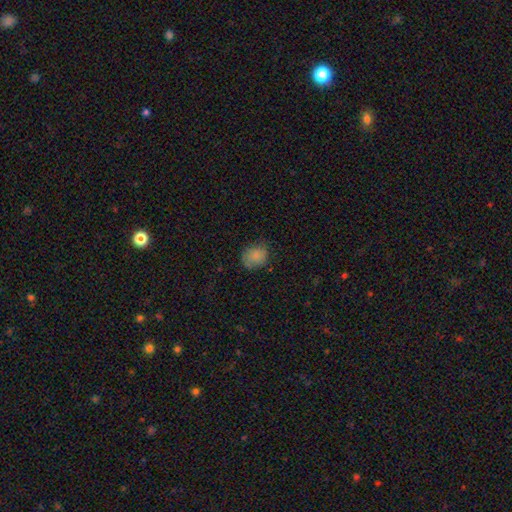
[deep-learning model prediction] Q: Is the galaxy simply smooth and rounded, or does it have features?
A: smooth — 82%.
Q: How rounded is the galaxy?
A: round — 67%.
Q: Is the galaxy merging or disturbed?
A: none — 70%.